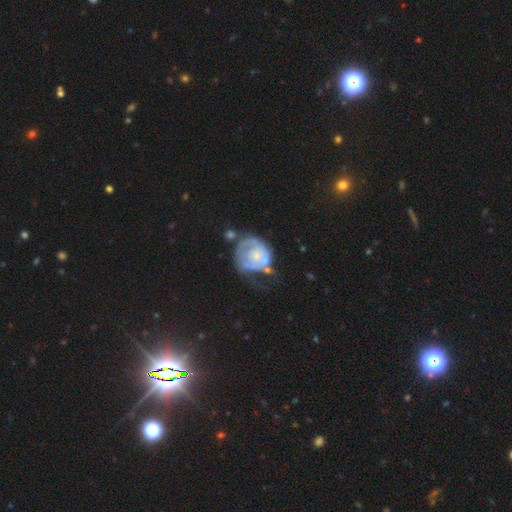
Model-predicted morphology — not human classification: type=featured or disk (67%); edge-on=no (98%); bar=no (85%); spiral arms=yes (50%, tied with no); bulge=small (50%); merging=major disturbance (31%).